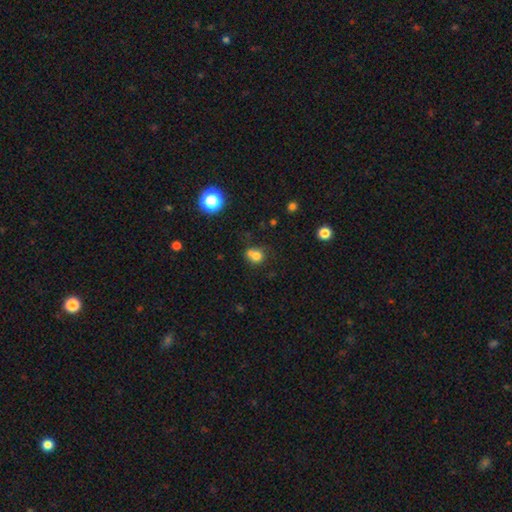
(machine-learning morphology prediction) Q: Smooth or featured?
A: smooth (73%); runner-up: star or artifact (15%)
Q: How rounded?
A: round (64%); runner-up: in between (35%)
Q: Merging?
A: merger (40%); runner-up: none (36%)